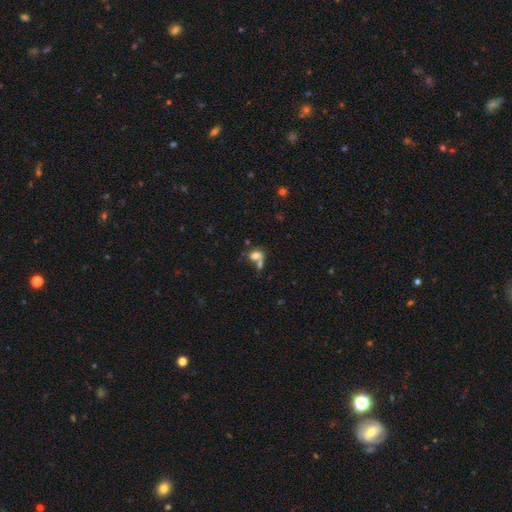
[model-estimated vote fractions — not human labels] smooth 69%, featured or disk 19%, star or artifact 12%. Down the decision tree: how rounded — in between (64%); merging — merger (53%).